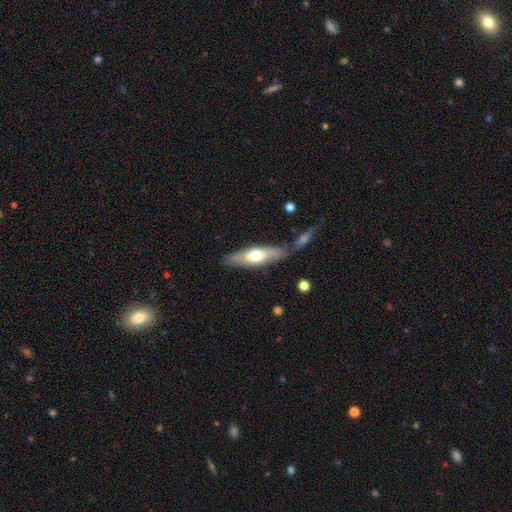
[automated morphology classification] This is possibly a smooth galaxy (51%). How rounded: possibly cigar-shaped (59%). Merging: likely none (70%).